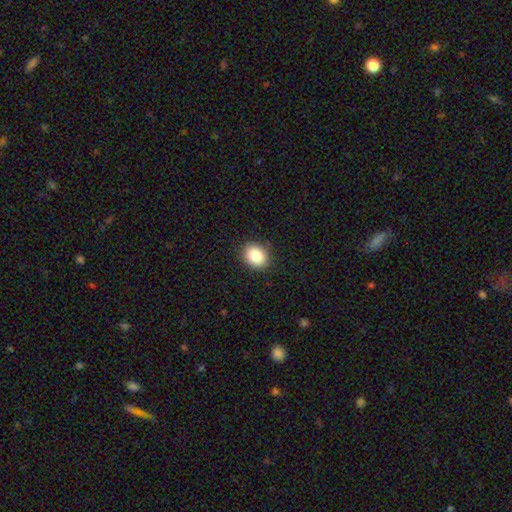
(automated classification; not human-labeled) Smooth or featured? Predicted: smooth (p=0.85). How rounded? Predicted: round (p=0.52). Merging? Predicted: none (p=0.88).